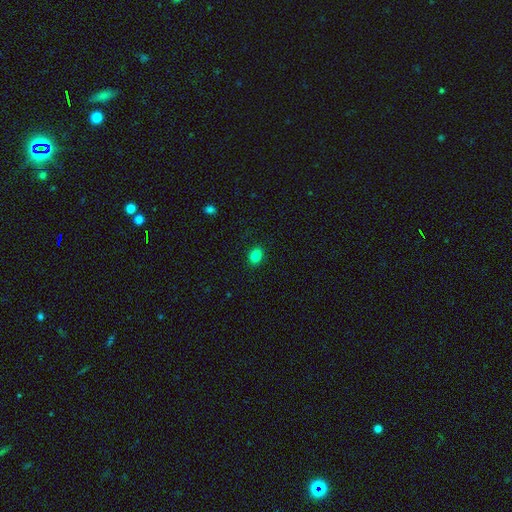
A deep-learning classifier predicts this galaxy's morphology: Smooth or featured? Predicted: smooth (p=0.84). How rounded? Predicted: in between (p=0.62). Merging? Predicted: none (p=0.89).